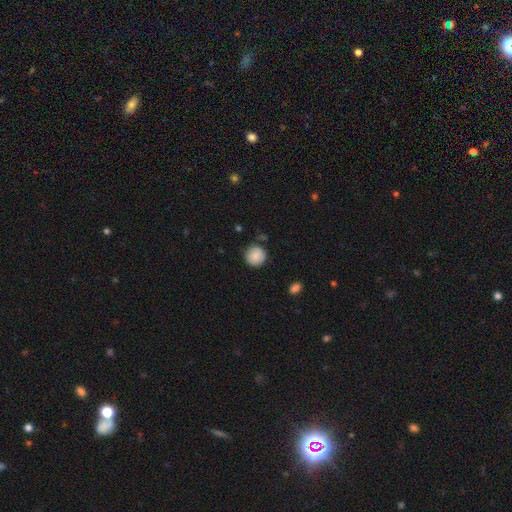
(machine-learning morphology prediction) Smooth or featured: smooth — 88% (star or artifact — 8%)
How rounded: round — 93% (in between — 6%)
Merging: none — 81% (minor disturbance — 13%)